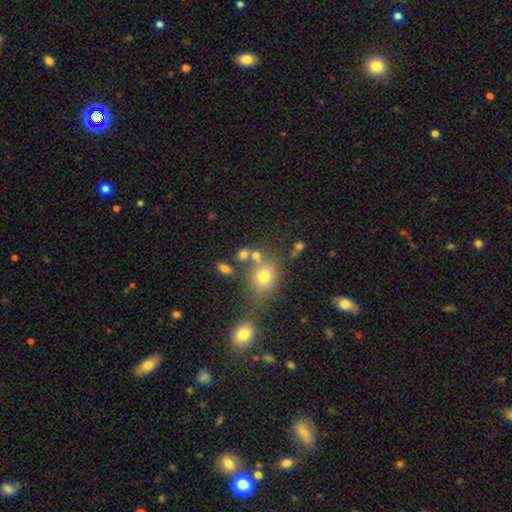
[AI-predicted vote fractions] The model was most divided on "merging": none: 52%, merger: 29%, minor disturbance: 12%, major disturbance: 7%. More confident: smooth or featured — smooth (69%); how rounded — round (66%).